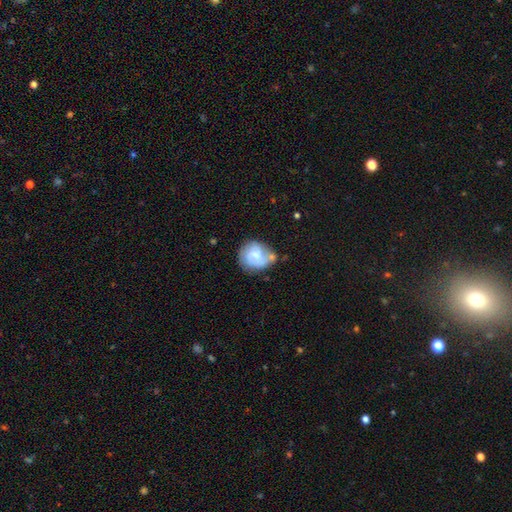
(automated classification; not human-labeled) The model was most divided on "smooth or featured": featured or disk: 47%, smooth: 46%, star or artifact: 7%. Remaining: merging — none (47%).